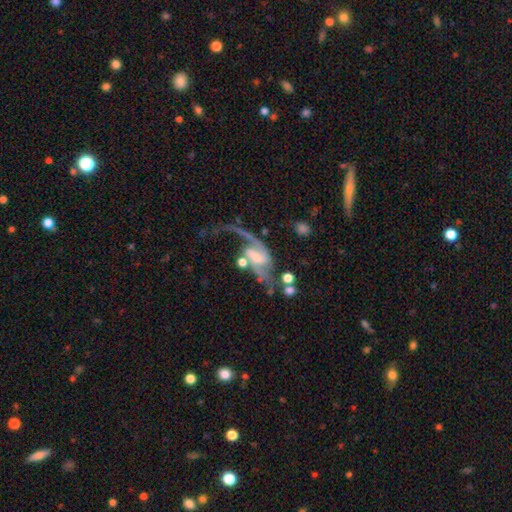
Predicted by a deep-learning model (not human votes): Overall: featured or disk (87%). Edge-on disk: no (97%). Bar: weak (47%; no 30%). Spiral arms: yes (95%). Spiral arm count: 2 (77%). Spiral winding: loose (68%). Bulge size: small (44%; moderate 31%). Merging: none (35%; major disturbance 33%).